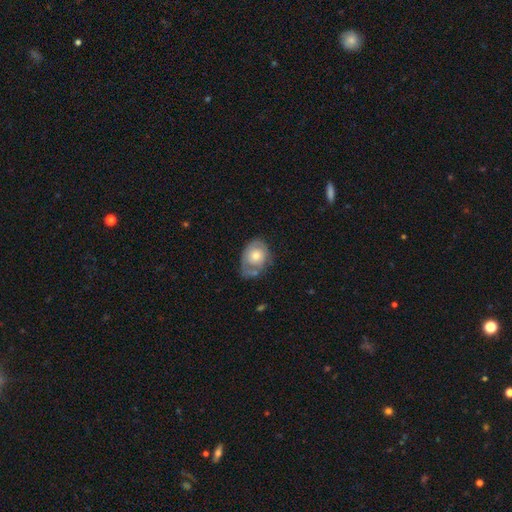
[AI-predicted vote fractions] A smooth galaxy with no disk features (52%) that is in between round and cigar-shaped (64%).

Vote fractions:
- Smooth or featured? smooth: 52% / featured or disk: 41% / star or artifact: 7%
- How rounded? in between: 64% / round: 35% / cigar-shaped: 1%
- Merging? none: 44% / minor disturbance: 33% / major disturbance: 16% / merger: 7%